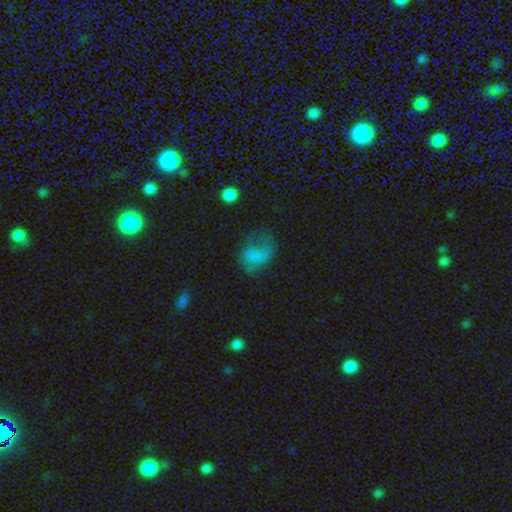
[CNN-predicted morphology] Overall: smooth (51%; featured or disk 36%). How rounded: in between (63%; round 35%). Merging: major disturbance (42%; none 32%).